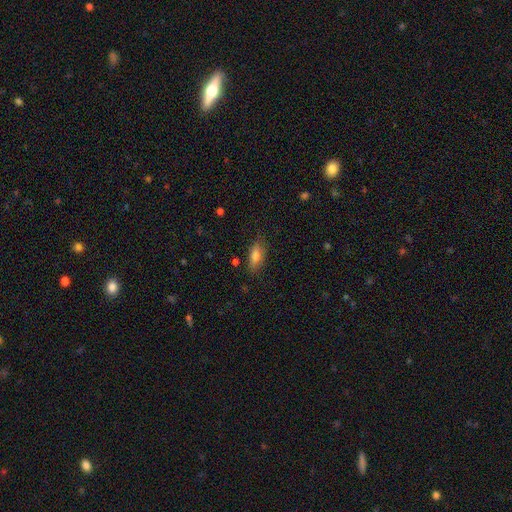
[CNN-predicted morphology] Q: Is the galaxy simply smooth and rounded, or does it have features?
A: smooth — 75%.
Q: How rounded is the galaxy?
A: in between — 65%.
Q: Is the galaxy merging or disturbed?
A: none — 77%.